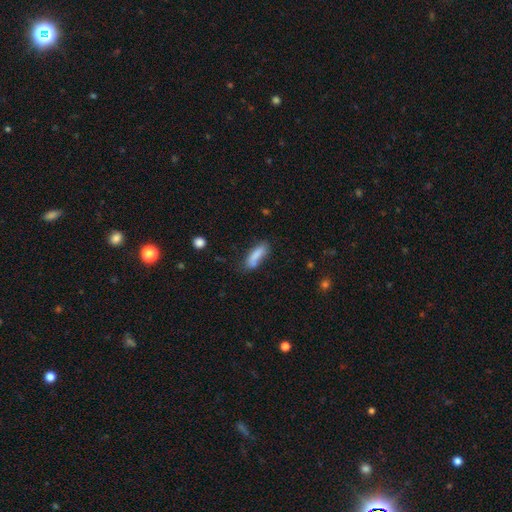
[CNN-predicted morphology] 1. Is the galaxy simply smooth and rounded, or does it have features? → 82% smooth, 11% featured or disk, 7% star or artifact.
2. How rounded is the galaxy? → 53% in between, 45% cigar-shaped, 2% round.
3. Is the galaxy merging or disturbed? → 61% none, 25% minor disturbance, 7% major disturbance, 7% merger.